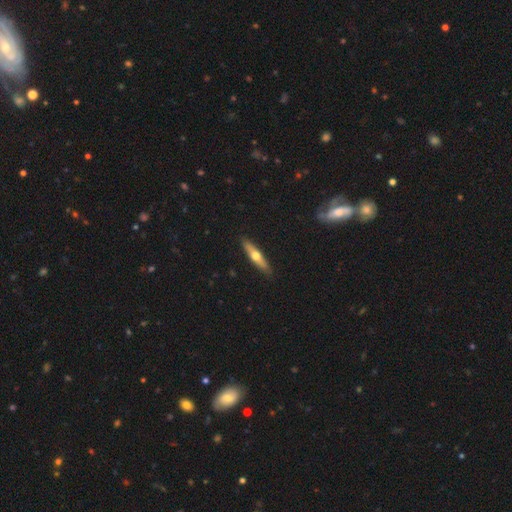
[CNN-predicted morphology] type=featured or disk (53%); edge-on=yes (91%); merging=none (90%).